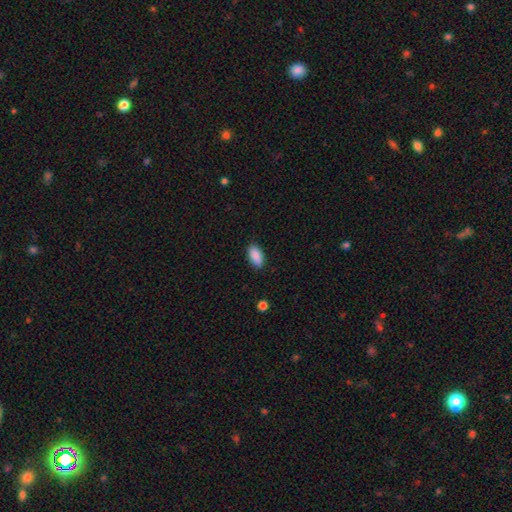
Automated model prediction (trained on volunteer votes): This is clearly a smooth galaxy (89%). How rounded: clearly in between (92%). Merging: clearly none (88%).